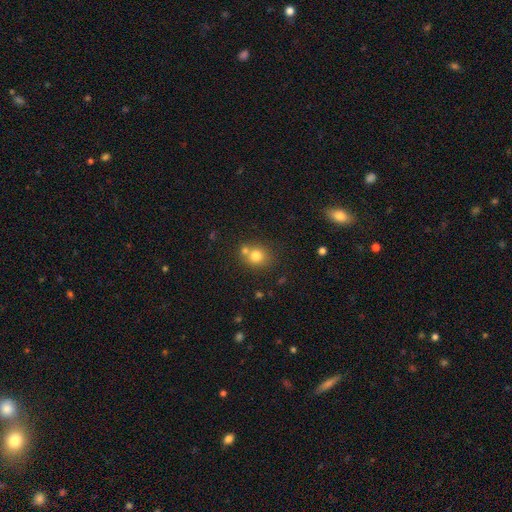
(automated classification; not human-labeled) Q: Smooth or featured?
A: smooth (77%); runner-up: star or artifact (13%)
Q: How rounded?
A: round (81%); runner-up: in between (18%)
Q: Merging?
A: none (56%); runner-up: merger (31%)